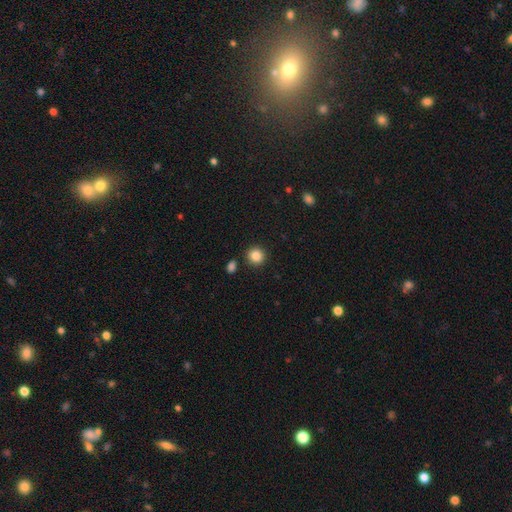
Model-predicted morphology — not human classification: Smooth or featured? Predicted: smooth (p=0.86). How rounded? Predicted: round (p=0.91). Merging? Predicted: none (p=0.88).